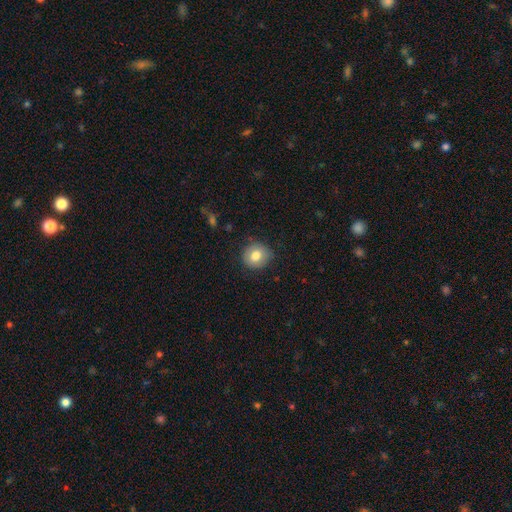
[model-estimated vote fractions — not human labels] smooth-or-featured: smooth: 78% | featured or disk: 14% | star or artifact: 9%
  how-rounded: round: 83% | in between: 16% | cigar-shaped: 1%
  merging: none: 85% | minor disturbance: 11% | major disturbance: 3% | merger: 1%